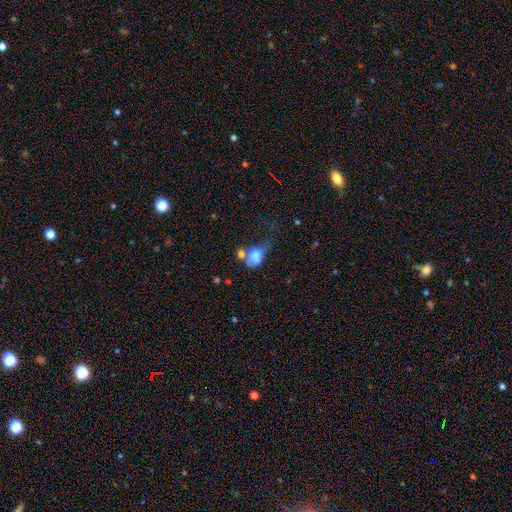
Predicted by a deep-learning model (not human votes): Smooth or featured? smooth (69%)
How rounded? in between (63%)
Merging? merger (38%)